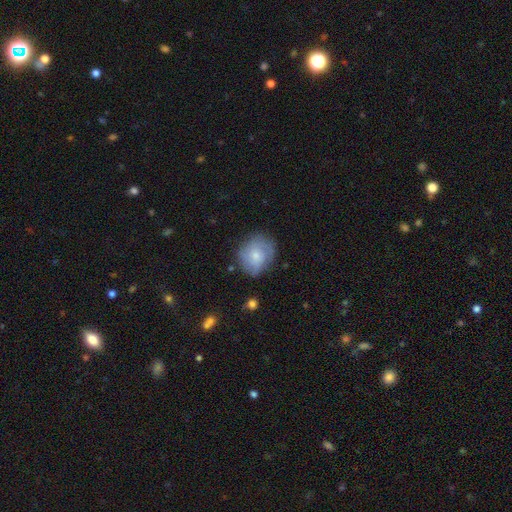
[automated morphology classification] Q: Smooth or featured?
A: smooth (52%); runner-up: featured or disk (40%)
Q: How rounded?
A: round (74%); runner-up: in between (25%)
Q: Merging?
A: none (68%); runner-up: minor disturbance (22%)